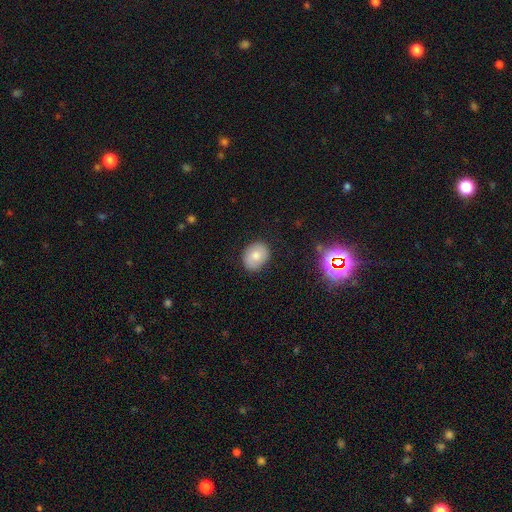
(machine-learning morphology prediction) Overall: smooth (78%). How rounded: in between (51%; round 48%). Merging: none (86%).